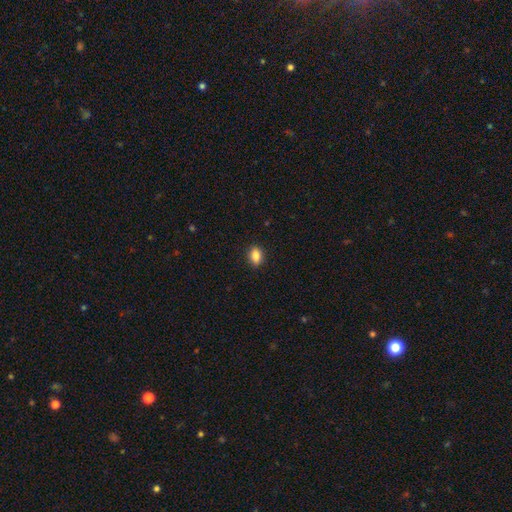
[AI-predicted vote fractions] Smooth or featured: smooth — 87% (star or artifact — 9%)
How rounded: in between — 79% (round — 19%)
Merging: none — 89% (minor disturbance — 8%)